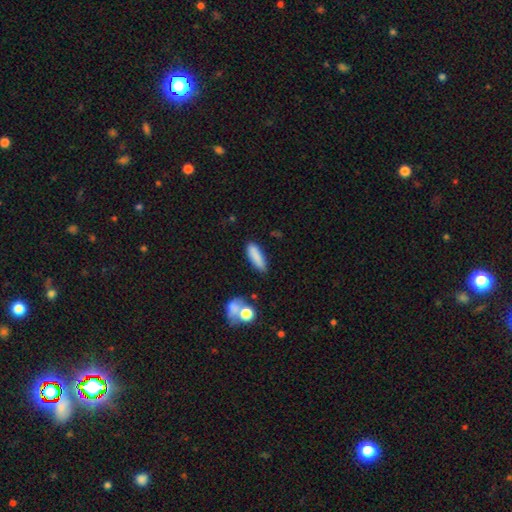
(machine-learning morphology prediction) Smooth or featured? Predicted: smooth (p=0.85). How rounded? Predicted: cigar-shaped (p=0.52). Merging? Predicted: none (p=0.76).